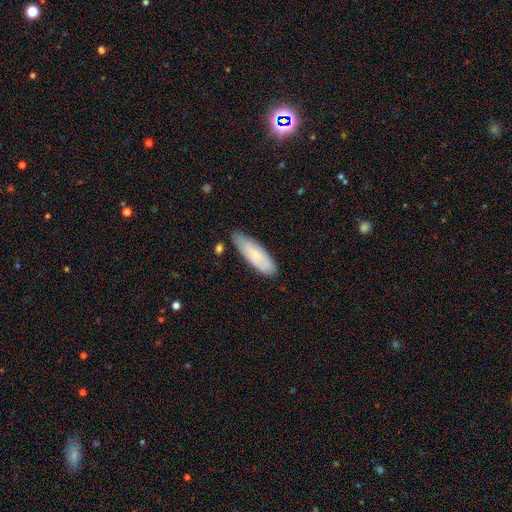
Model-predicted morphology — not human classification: This appears to be a smooth galaxy with no disk features (72%) that is in between round and cigar-shaped (52%). Merging: none (77%).